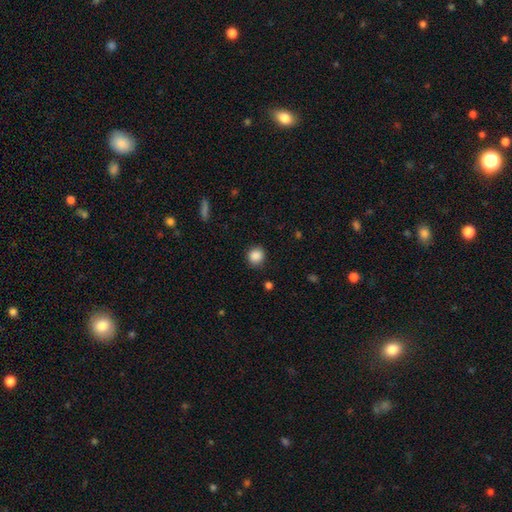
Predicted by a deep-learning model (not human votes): Smooth or featured? smooth (88%)
How rounded? round (87%)
Merging? none (87%)